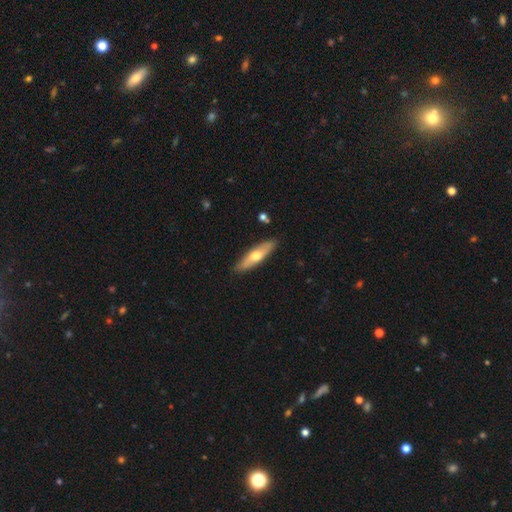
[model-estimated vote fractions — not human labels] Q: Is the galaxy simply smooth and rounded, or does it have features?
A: smooth — 51%.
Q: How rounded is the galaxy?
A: cigar-shaped — 64%.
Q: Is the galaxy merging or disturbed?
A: none — 88%.